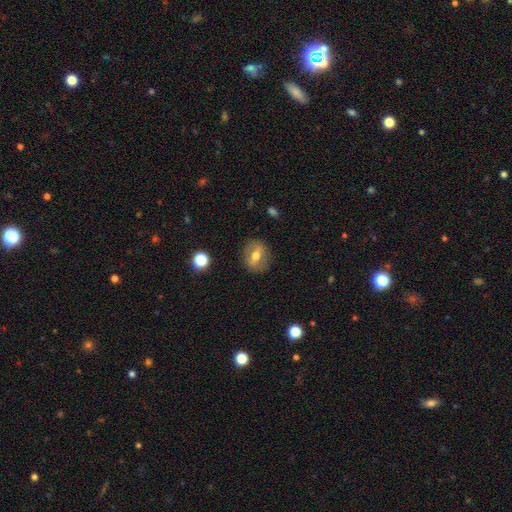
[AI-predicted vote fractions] This appears to be a smooth galaxy with no disk features (49%). Merging: none (85%).